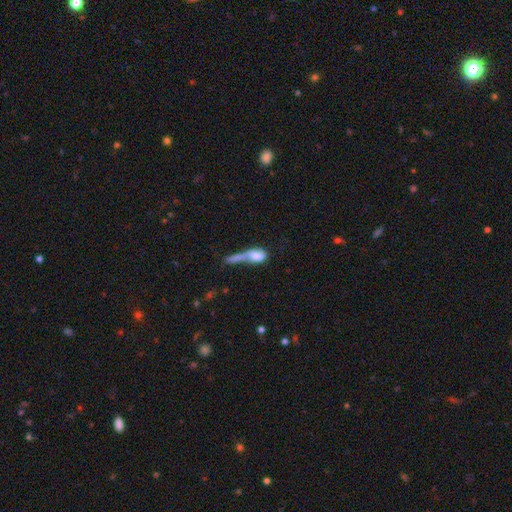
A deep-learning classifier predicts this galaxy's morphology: Smooth or featured? Predicted: smooth (p=0.67). How rounded? Predicted: in between (p=0.70). Merging? Predicted: merger (p=0.57).